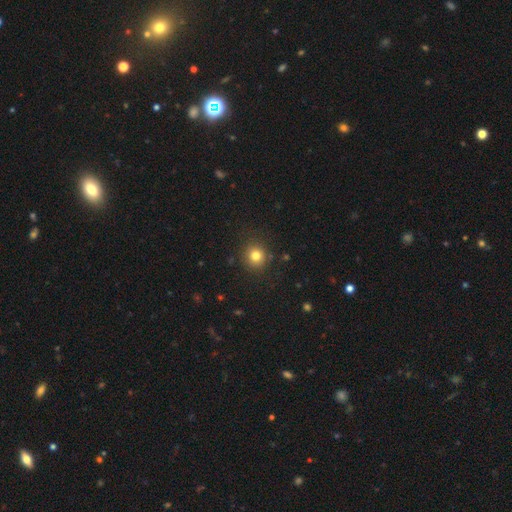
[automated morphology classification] Smooth or featured: smooth — 80% (star or artifact — 13%)
How rounded: round — 90% (in between — 9%)
Merging: none — 88% (minor disturbance — 8%)